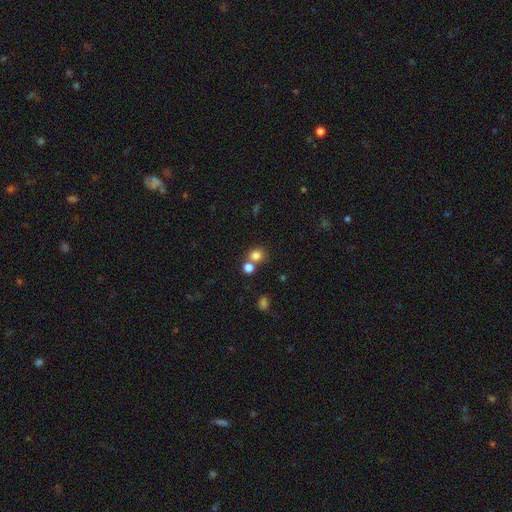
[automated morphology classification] smooth 80%, star or artifact 14%, featured or disk 7%. Down the decision tree: how rounded — round (80%); merging — none (57%).